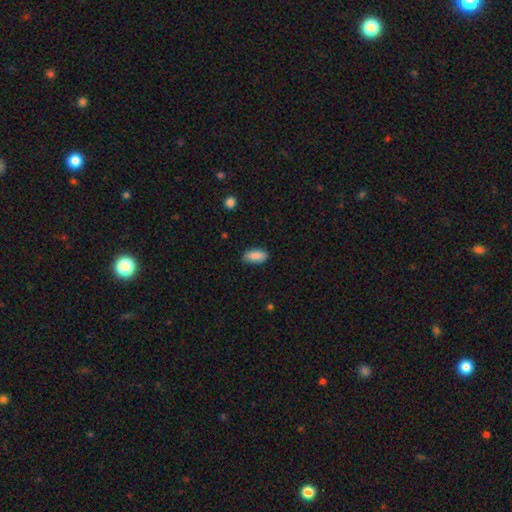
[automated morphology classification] smooth 89%, star or artifact 7%, featured or disk 4%. Down the decision tree: how rounded — in between (91%); merging — none (81%).